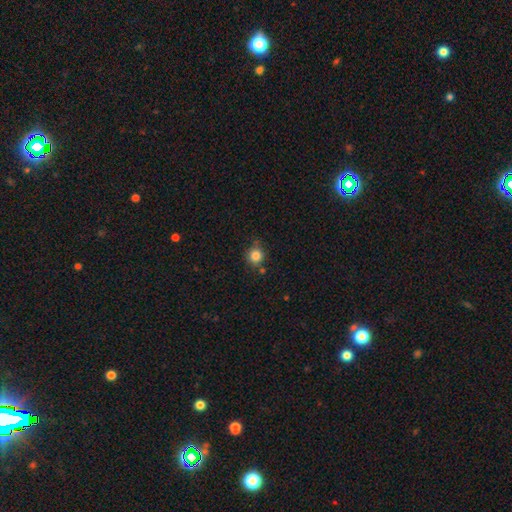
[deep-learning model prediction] Q: Smooth or featured?
A: smooth (83%); runner-up: star or artifact (11%)
Q: How rounded?
A: round (90%); runner-up: in between (9%)
Q: Merging?
A: none (73%); runner-up: minor disturbance (16%)